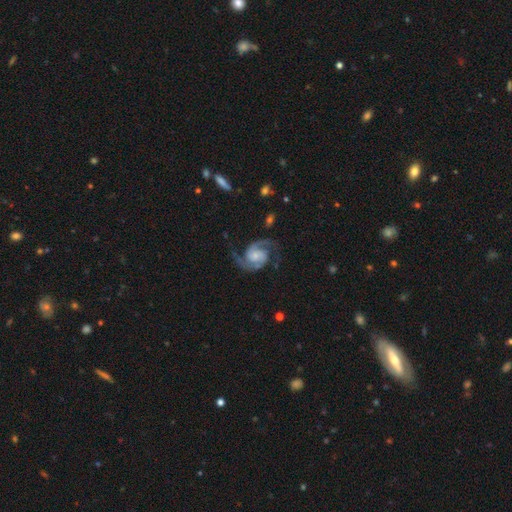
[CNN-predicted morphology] Overall: featured or disk (92%). Edge-on disk: no (98%). Bar: no (64%; weak 28%). Spiral arms: yes (98%). Spiral arm count: 2 (94%). Spiral winding: medium (59%; tight 21%). Bulge size: small (41%; moderate 25%). Merging: none (77%).